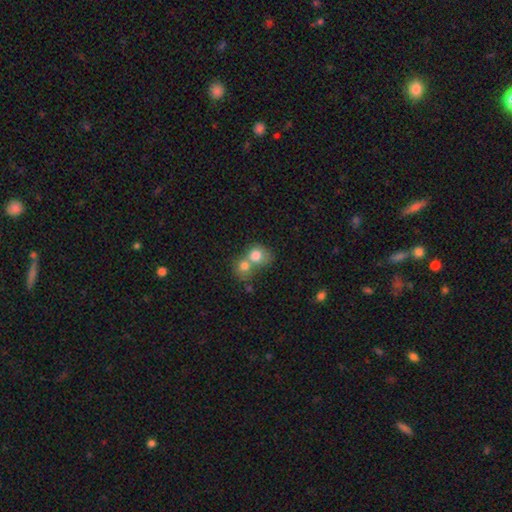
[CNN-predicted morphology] The model was most divided on "how rounded": round: 69%, in between: 30%, cigar-shaped: 1%. More confident: smooth or featured — smooth (77%); merging — merger (66%).